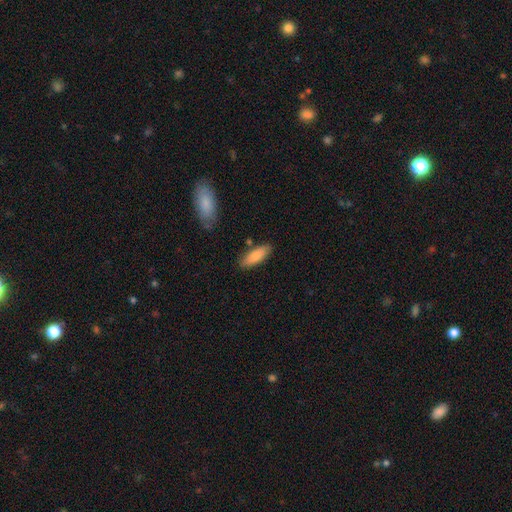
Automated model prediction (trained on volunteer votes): Overall: smooth (82%). How rounded: in between (65%; cigar-shaped 33%). Merging: none (81%).